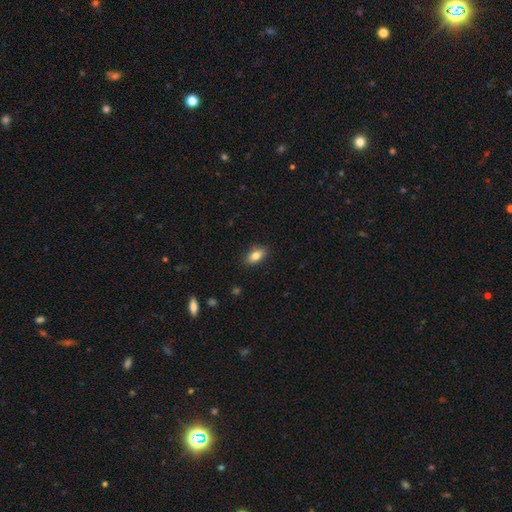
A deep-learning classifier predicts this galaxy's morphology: smooth_or_featured: smooth (p=0.79) [alt: featured or disk p=0.13]
how_rounded: in between (p=0.86) [alt: cigar-shaped p=0.09]
merging: none (p=0.88) [alt: minor disturbance p=0.09]